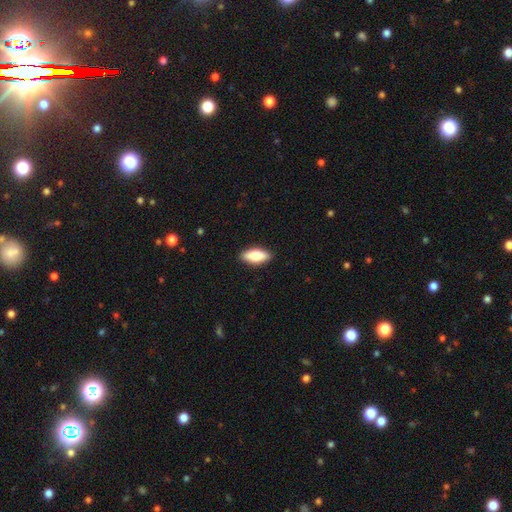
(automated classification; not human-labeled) Smooth or featured? Predicted: smooth (p=0.75). How rounded? Predicted: in between (p=0.78). Merging? Predicted: none (p=0.89).